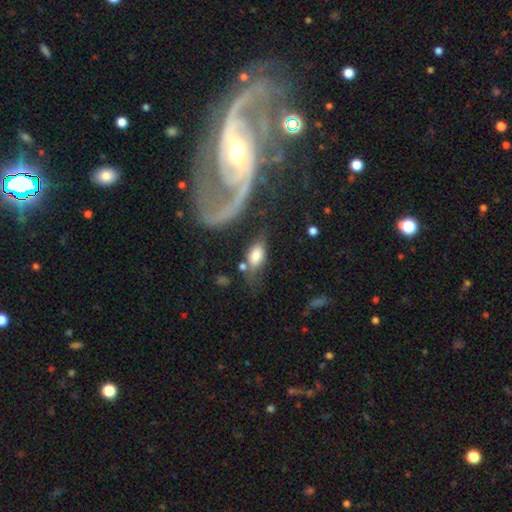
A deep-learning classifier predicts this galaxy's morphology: Q: Smooth or featured?
A: smooth (65%); runner-up: featured or disk (26%)
Q: How rounded?
A: in between (83%); runner-up: cigar-shaped (9%)
Q: Merging?
A: none (42%); runner-up: minor disturbance (24%)